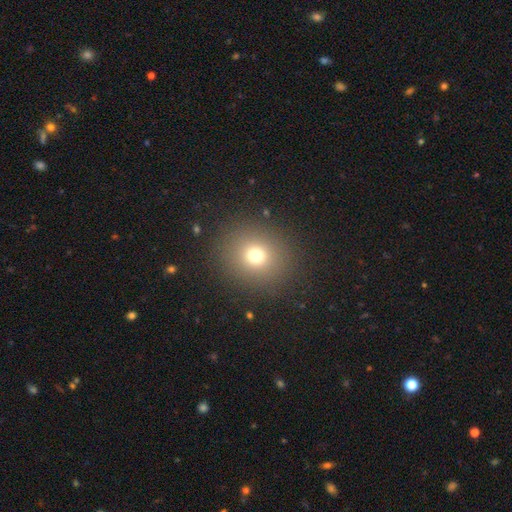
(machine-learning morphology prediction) A smooth galaxy with no disk features (72%) that is round (84%).

Vote fractions:
- Smooth or featured? smooth: 72% / star or artifact: 19% / featured or disk: 10%
- How rounded? round: 84% / in between: 15% / cigar-shaped: 1%
- Merging? none: 88% / minor disturbance: 6% / major disturbance: 4% / merger: 1%